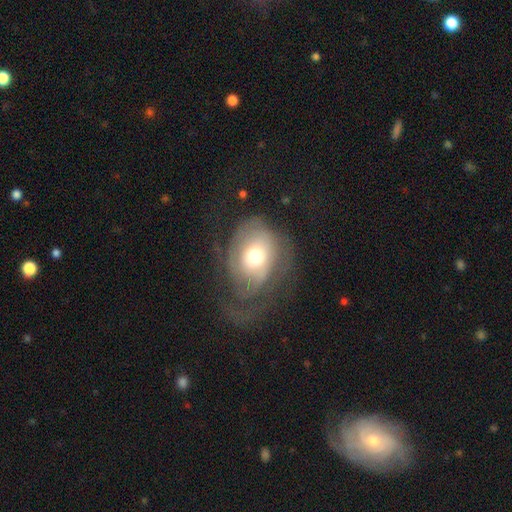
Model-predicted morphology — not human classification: Smooth or featured? featured or disk (47%)
Merging? major disturbance (39%)